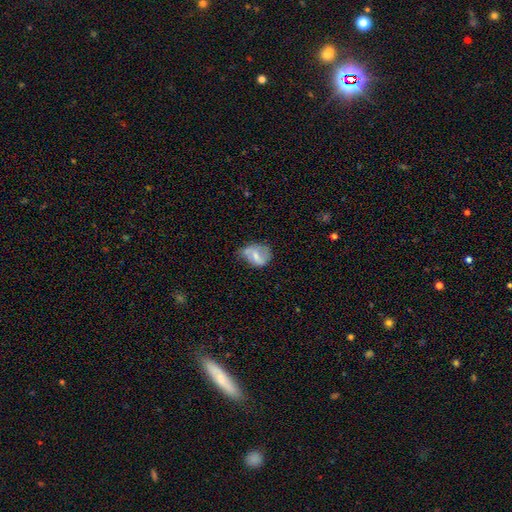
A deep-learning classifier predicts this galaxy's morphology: Smooth or featured: smooth — 46% (tied with featured or disk — 46%)
Merging: none — 40% (minor disturbance — 38%)